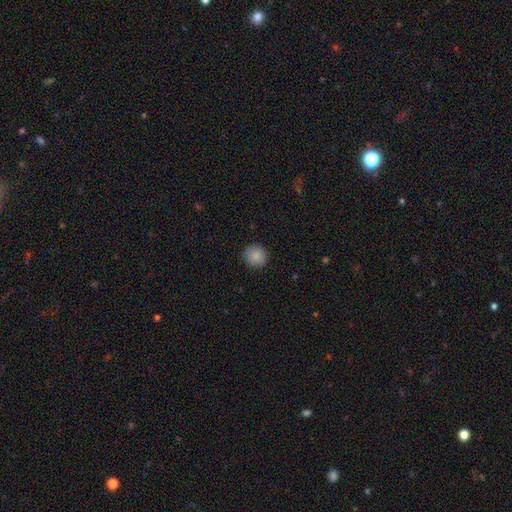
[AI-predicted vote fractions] Smooth or featured? Predicted: smooth (p=0.86). How rounded? Predicted: round (p=0.89). Merging? Predicted: none (p=0.90).